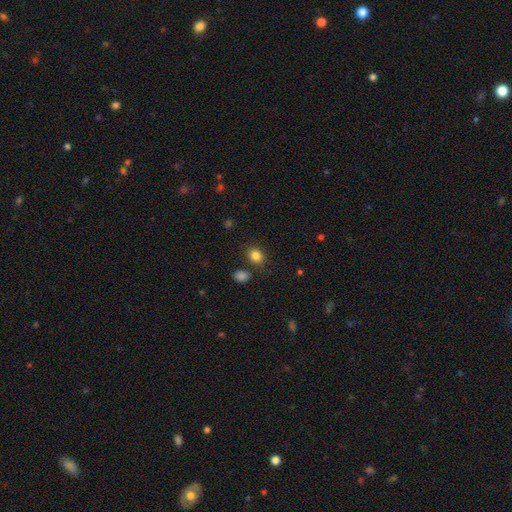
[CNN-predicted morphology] A smooth galaxy with no disk features (84%) that is round (55%). Merging: none (79%).